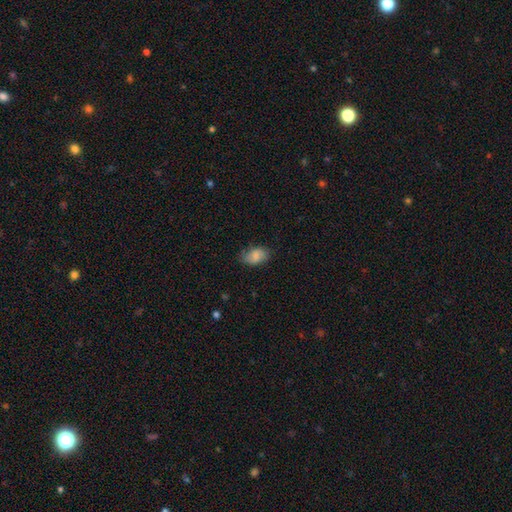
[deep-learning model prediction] Morphology: type=smooth (77%); roundness=in between (89%); merging=none (69%).